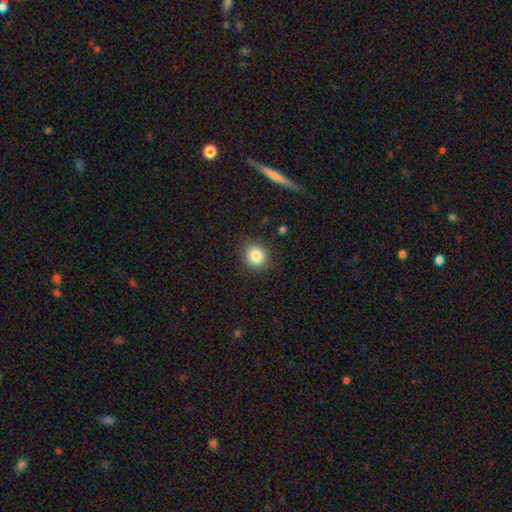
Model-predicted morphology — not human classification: A smooth galaxy with no disk features (83%) that is round (84%). Merging: none (88%).